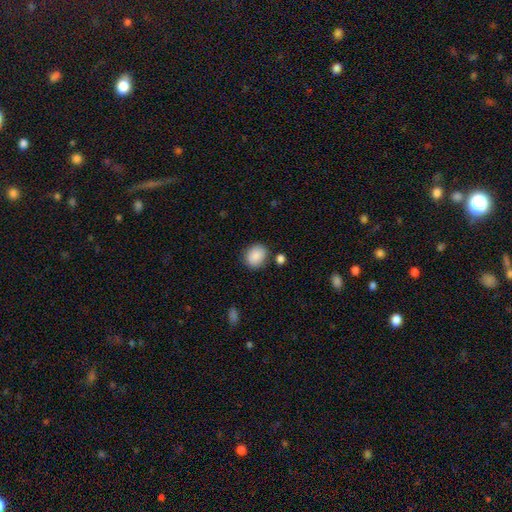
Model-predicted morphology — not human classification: The model was most divided on "how rounded": round: 55%, in between: 44%, cigar-shaped: 1%. More confident: smooth or featured — smooth (88%); merging — none (81%).